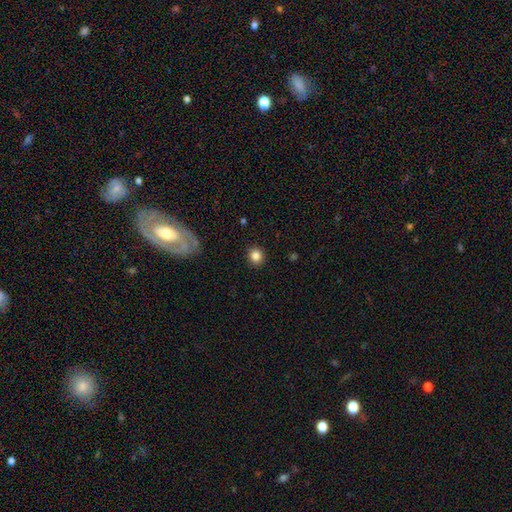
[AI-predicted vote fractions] The model was most divided on "how rounded": round: 85%, in between: 14%, cigar-shaped: 1%. More confident: merging — none (90%); smooth or featured — smooth (84%).